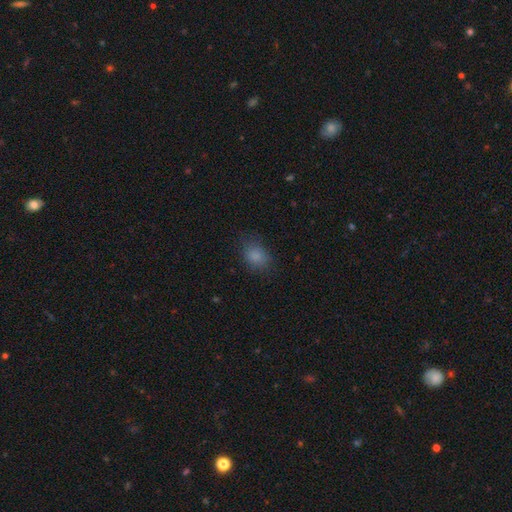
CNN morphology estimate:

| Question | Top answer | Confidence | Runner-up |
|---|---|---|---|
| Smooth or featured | smooth | 82% | star or artifact (12%) |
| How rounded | in between | 58% | round (41%) |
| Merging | none | 75% | minor disturbance (17%) |